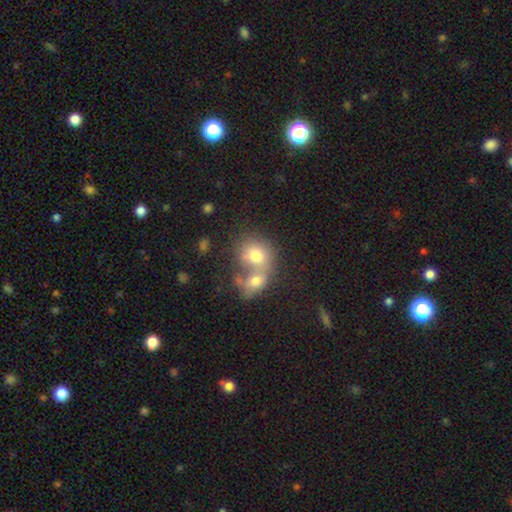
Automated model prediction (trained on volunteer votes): smooth 70%, featured or disk 18%, star or artifact 11%. Down the decision tree: how rounded — round (62%); merging — merger (62%).